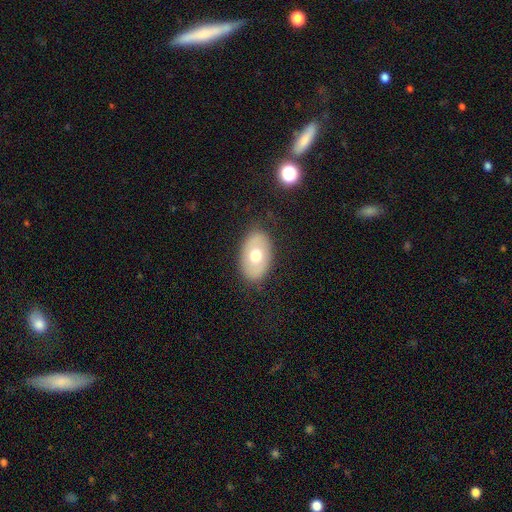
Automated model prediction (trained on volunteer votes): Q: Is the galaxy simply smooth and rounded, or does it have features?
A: smooth — 62%.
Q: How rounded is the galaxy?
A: in between — 89%.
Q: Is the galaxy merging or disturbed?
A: none — 82%.